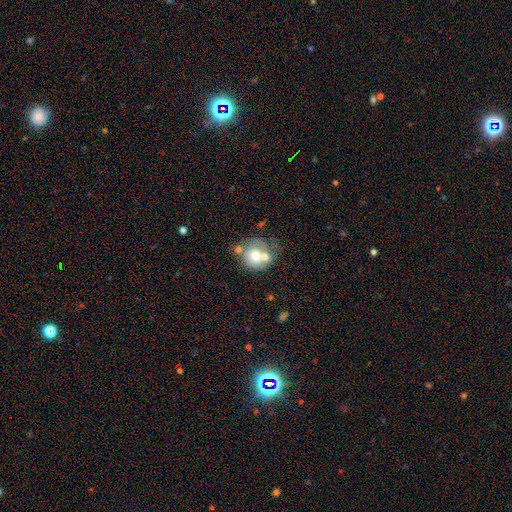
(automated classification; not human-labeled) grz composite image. It shows a smooth galaxy with no disk features (56%) that is round (80%). Merging: merger (42%).